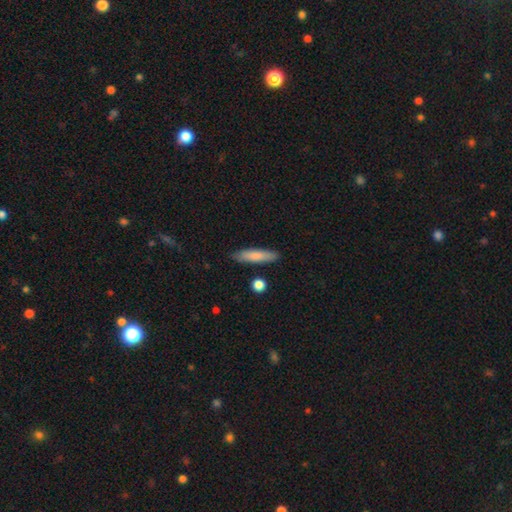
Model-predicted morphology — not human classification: A smooth galaxy with no disk features (79%) that is cigar-shaped (82%). Merging: none (87%).